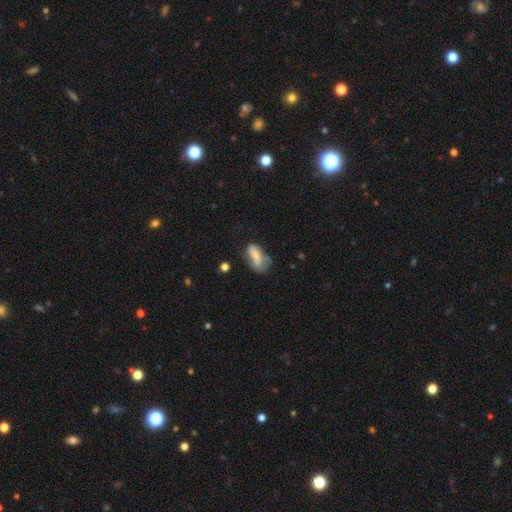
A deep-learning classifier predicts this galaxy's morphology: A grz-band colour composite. It shows a smooth galaxy with no disk features (65%) that is in between round and cigar-shaped (88%). Merging: none (34%).